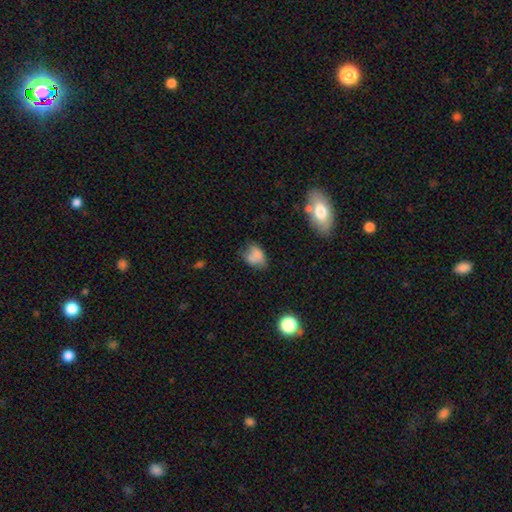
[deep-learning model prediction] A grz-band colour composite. It shows a smooth galaxy with no disk features (70%) that is in between round and cigar-shaped (73%). Merging: none (39%).